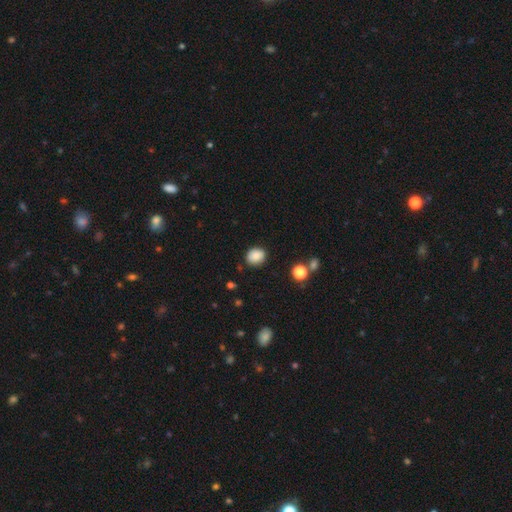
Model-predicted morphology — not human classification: smooth 85%, star or artifact 10%, featured or disk 5%. Down the decision tree: how rounded — round (70%); merging — none (84%).